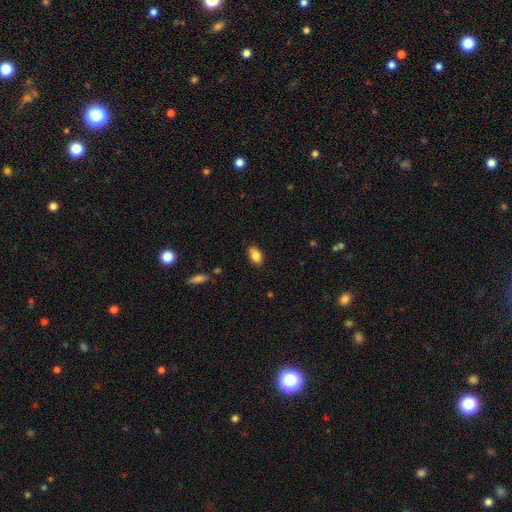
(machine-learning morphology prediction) Smooth or featured: smooth — 85% (star or artifact — 8%)
How rounded: in between — 90% (round — 7%)
Merging: none — 80% (minor disturbance — 16%)